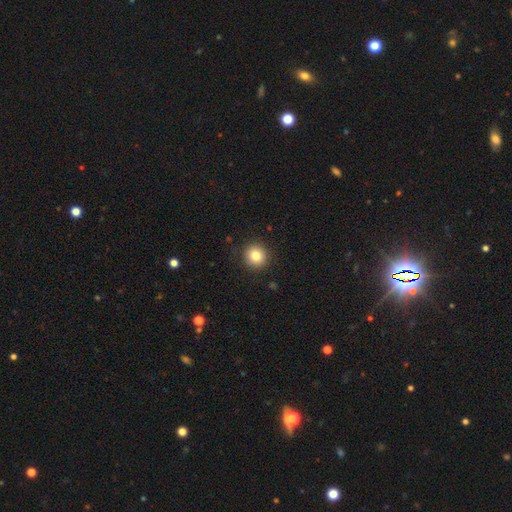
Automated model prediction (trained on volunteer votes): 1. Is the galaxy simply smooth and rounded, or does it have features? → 83% smooth, 10% star or artifact, 7% featured or disk.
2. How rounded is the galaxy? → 93% round, 6% in between, 1% cigar-shaped.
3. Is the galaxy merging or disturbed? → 91% none, 6% minor disturbance, 2% major disturbance, 1% merger.